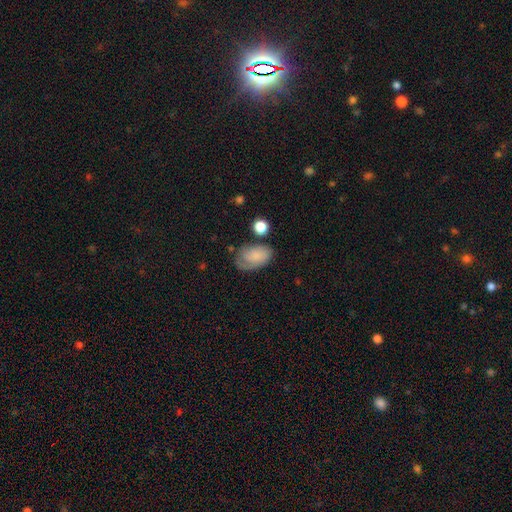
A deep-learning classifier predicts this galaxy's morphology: smooth 59%, featured or disk 33%, star or artifact 8%. Down the decision tree: how rounded — in between (87%); merging — none (52%).